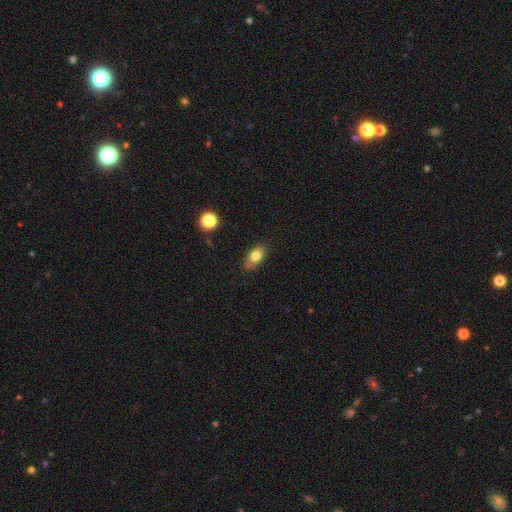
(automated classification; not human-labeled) Smooth or featured?
  - smooth: 79% *
  - featured or disk: 12%
  - star or artifact: 9%
How rounded?
  - in between: 82% *
  - round: 14%
  - cigar-shaped: 4%
Merging?
  - none: 76% *
  - minor disturbance: 18%
  - major disturbance: 4%
  - merger: 2%